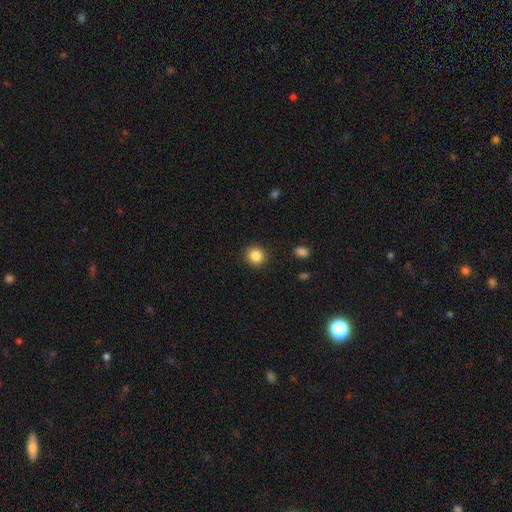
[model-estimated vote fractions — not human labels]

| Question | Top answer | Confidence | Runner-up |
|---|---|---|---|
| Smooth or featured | smooth | 85% | star or artifact (10%) |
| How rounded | round | 89% | in between (10%) |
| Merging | none | 90% | minor disturbance (6%) |